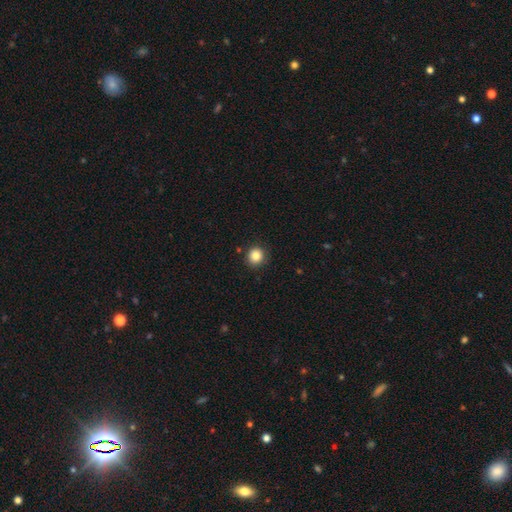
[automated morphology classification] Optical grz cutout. It shows a smooth galaxy with no disk features (85%) that is round (90%). Merging: none (89%).